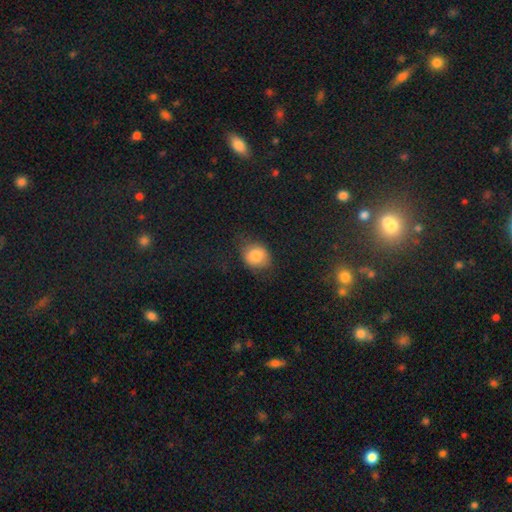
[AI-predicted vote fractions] Smooth or featured: smooth — 81% (featured or disk — 10%)
How rounded: round — 65% (in between — 34%)
Merging: none — 70% (minor disturbance — 20%)